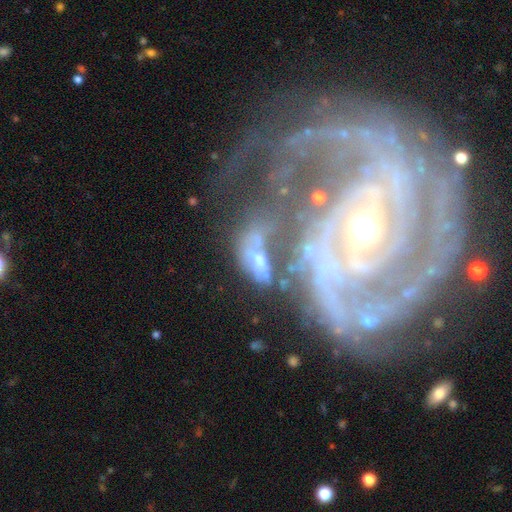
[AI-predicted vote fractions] Smooth or featured?
  - featured or disk: 64% *
  - smooth: 22%
  - star or artifact: 14%
Edge-on disk?
  - no: 92% *
  - yes: 8%
Bar?
  - no: 61% *
  - weak: 23%
  - strong: 16%
Spiral arms?
  - yes: 63% *
  - no: 37%
Bulge size?
  - moderate: 45% *
  - small: 32%
  - none: 11%
  - large: 9%
  - dominant: 4%
Merging?
  - merger: 32% *
  - major disturbance: 28%
  - none: 24%
  - minor disturbance: 16%